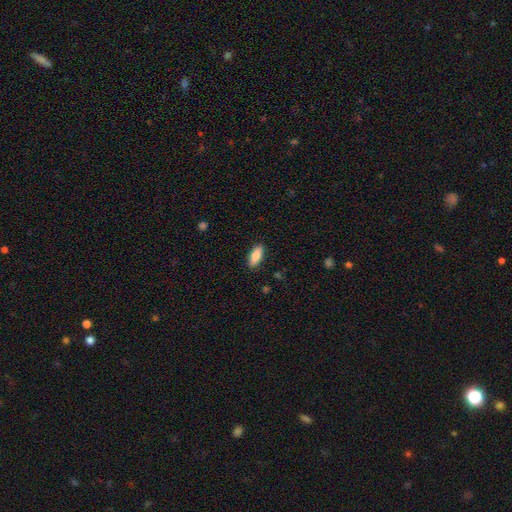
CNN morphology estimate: smooth 81%, featured or disk 13%, star or artifact 6%. Down the decision tree: how rounded — in between (77%); merging — none (89%).